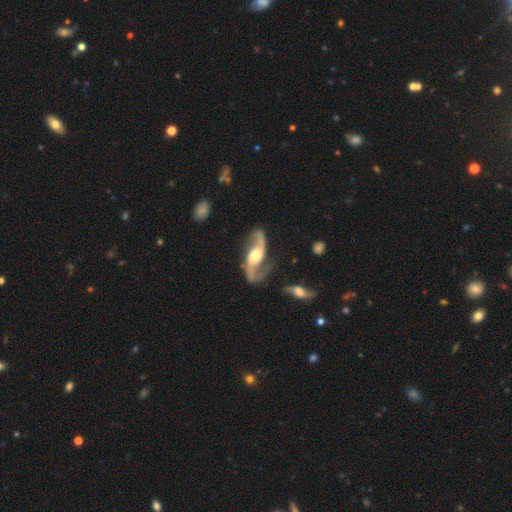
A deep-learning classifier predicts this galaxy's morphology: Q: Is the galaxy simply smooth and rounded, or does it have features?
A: featured or disk — 90%.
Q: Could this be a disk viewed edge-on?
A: no — 94%.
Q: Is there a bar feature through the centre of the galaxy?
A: no — 47%.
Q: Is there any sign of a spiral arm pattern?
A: yes — 97%.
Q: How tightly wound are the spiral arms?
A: loose — 66%.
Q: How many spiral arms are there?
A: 2 — 93%.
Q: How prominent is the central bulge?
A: moderate — 58%.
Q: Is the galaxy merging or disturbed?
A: none — 71%.